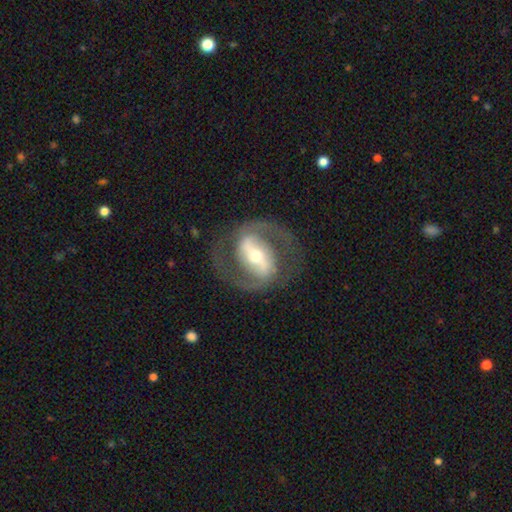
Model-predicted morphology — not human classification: type=featured or disk (89%); edge-on=no (97%); bar=strong (56%); spiral arms=yes (94%); winding=medium (59%); arm count=2 (93%); bulge=moderate (54%); merging=none (80%).